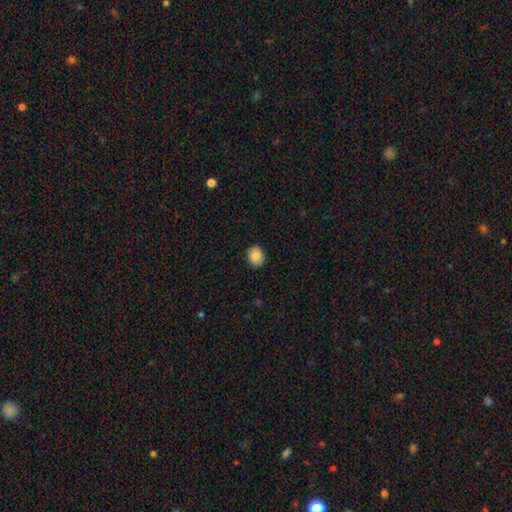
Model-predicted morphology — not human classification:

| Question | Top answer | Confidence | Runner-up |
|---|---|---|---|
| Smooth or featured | smooth | 83% | featured or disk (9%) |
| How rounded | round | 55% | in between (45%) |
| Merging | none | 89% | minor disturbance (9%) |